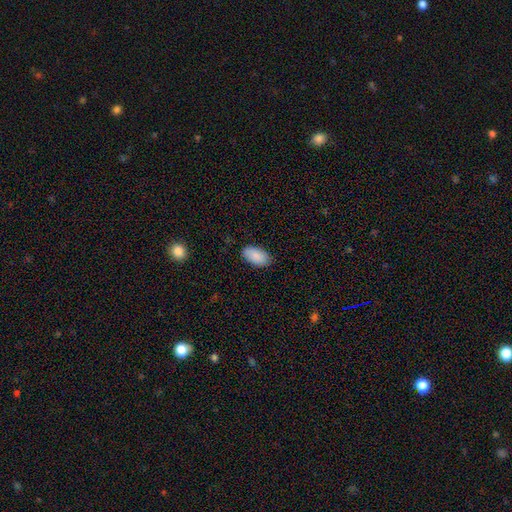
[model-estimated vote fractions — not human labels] smooth 88%, star or artifact 6%, featured or disk 6%. Down the decision tree: how rounded — in between (95%); merging — none (84%).